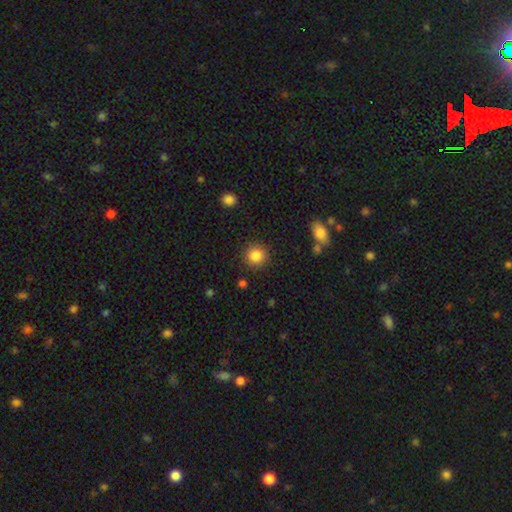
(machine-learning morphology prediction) This is clearly a smooth galaxy (86%). How rounded: clearly round (92%). Merging: clearly none (89%).